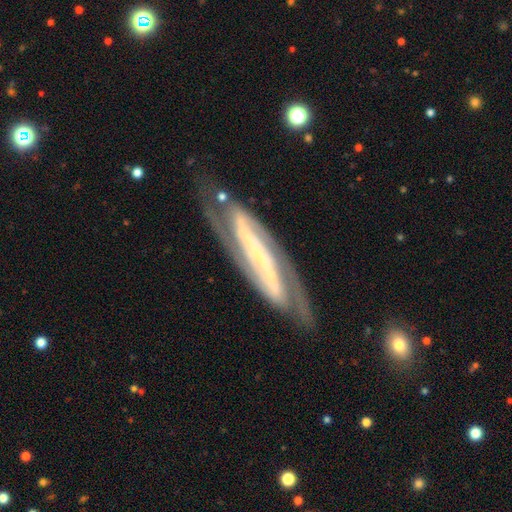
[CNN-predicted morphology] This is clearly a featured or disk galaxy (86%). It is likely not viewed edge-on (80%). Bar: possibly strong (60%). Spiral arm pattern: clearly yes (96%). Spiral arm count: clearly 2 (84%). Spiral winding: marginally medium (45%). Central bulge: marginally small (44%). Merging: likely none (71%).